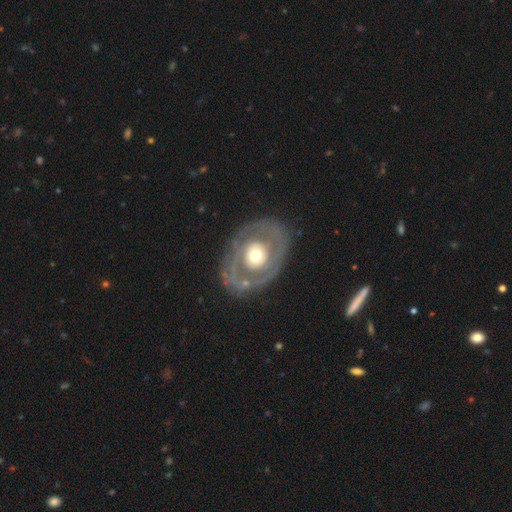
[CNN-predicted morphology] Q: Smooth or featured?
A: featured or disk (70%); runner-up: smooth (25%)
Q: Edge-on disk?
A: no (94%); runner-up: yes (6%)
Q: Bar?
A: no (83%); runner-up: weak (12%)
Q: Spiral arms?
A: no (67%); runner-up: yes (33%)
Q: Bulge size?
A: moderate (63%); runner-up: large (24%)
Q: Merging?
A: none (75%); runner-up: minor disturbance (14%)